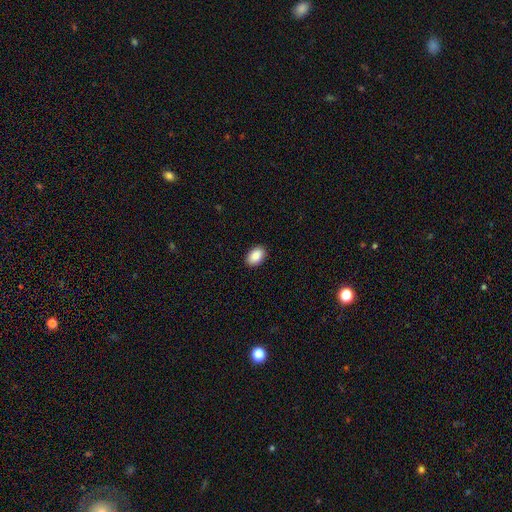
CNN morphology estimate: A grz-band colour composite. It shows a smooth galaxy with no disk features (90%) that is in between round and cigar-shaped (88%). Merging: none (91%).